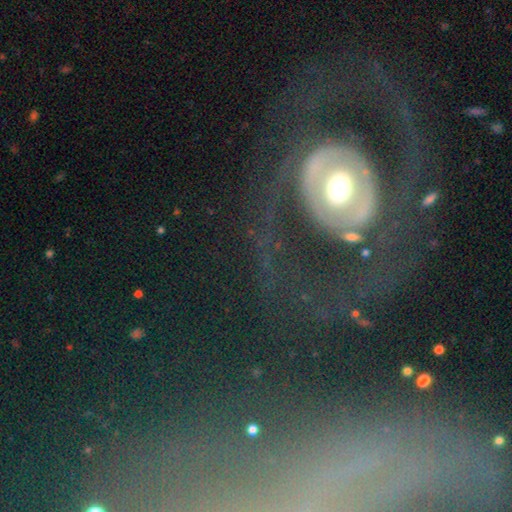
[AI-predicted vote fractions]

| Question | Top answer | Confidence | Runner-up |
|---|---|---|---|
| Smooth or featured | featured or disk | 64% | smooth (24%) |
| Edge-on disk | no | 92% | yes (8%) |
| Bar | no | 66% | weak (19%) |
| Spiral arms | no | 58% | yes (42%) |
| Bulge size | moderate | 66% | large (20%) |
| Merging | none | 70% | major disturbance (15%) |